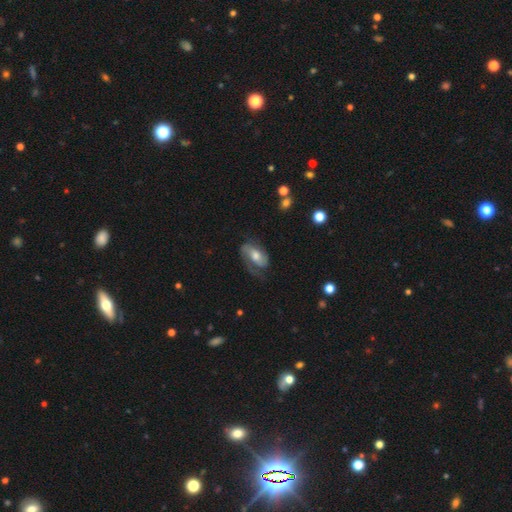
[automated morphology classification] Smooth or featured: featured or disk — 73% (smooth — 21%)
Edge-on disk: no — 96% (yes — 4%)
Bar: no — 51% (weak — 35%)
Spiral arms: yes — 91% (no — 9%)
Spiral winding: medium — 45% (tight — 30%)
Spiral arm count: 2 — 72% (1 — 16%)
Bulge size: moderate — 63% (small — 16%)
Merging: none — 58% (minor disturbance — 22%)